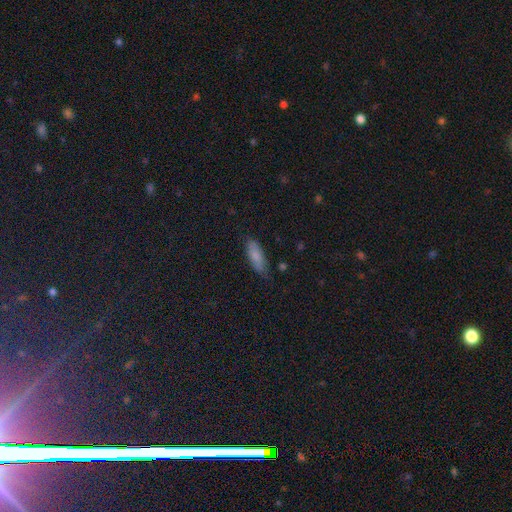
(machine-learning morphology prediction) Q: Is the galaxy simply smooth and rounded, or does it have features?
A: smooth — 81%.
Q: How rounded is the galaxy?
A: in between — 59%.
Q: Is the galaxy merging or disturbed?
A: none — 75%.